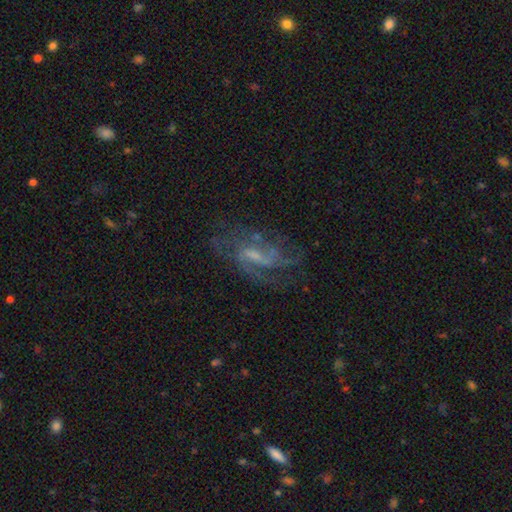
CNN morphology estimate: The model was most divided on "spiral arm count": 2: 36%, can't tell: 29%, 3: 18%, 1: 7%, 4: 6%, more than 4: 4%. Remaining: edge-on disk — no (94%); spiral arms — yes (87%); smooth or featured — featured or disk (78%); merging — none (57%); bar — weak (51%); spiral winding — medium (45%); bulge size — small (44%).